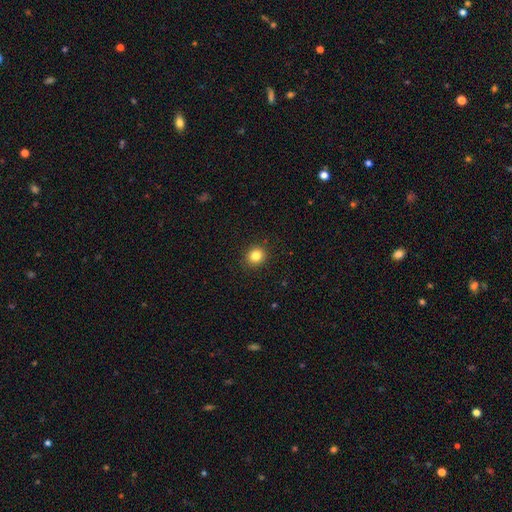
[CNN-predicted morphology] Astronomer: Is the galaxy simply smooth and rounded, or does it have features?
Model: smooth — 83%.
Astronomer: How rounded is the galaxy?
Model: round — 83%.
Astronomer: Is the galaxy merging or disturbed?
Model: none — 91%.